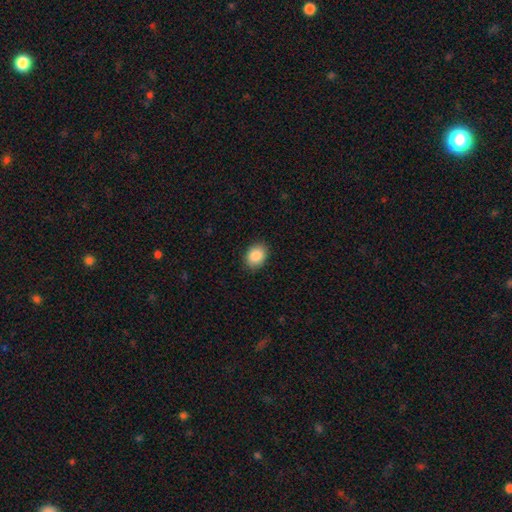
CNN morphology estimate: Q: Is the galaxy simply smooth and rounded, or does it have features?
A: smooth — 88%.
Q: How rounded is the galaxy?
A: in between — 62%.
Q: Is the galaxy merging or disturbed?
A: none — 89%.